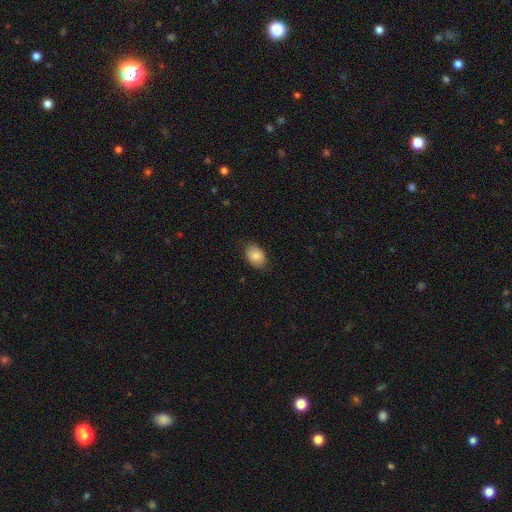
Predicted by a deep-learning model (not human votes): smooth-or-featured: smooth: 83% | featured or disk: 10% | star or artifact: 8%
  how-rounded: in between: 77% | round: 22% | cigar-shaped: 1%
  merging: none: 81% | minor disturbance: 15% | major disturbance: 3% | merger: 1%